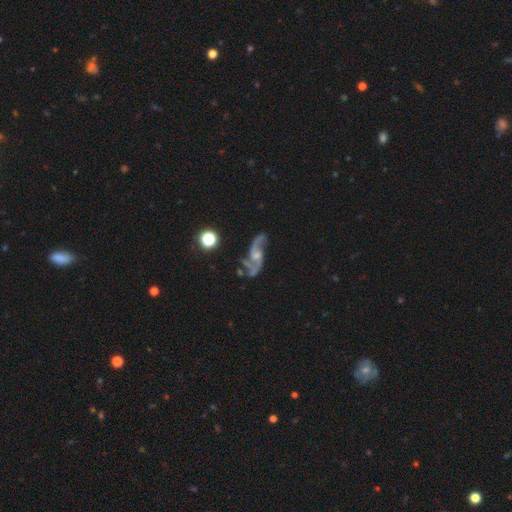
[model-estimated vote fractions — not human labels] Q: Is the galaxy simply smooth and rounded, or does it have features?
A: featured or disk — 86%.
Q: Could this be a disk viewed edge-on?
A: no — 96%.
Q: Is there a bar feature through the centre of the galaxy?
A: no — 52%.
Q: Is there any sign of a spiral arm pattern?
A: yes — 96%.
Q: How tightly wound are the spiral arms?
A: loose — 66%.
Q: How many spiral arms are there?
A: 2 — 83%.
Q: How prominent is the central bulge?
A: small — 46%.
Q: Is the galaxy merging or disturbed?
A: none — 58%.